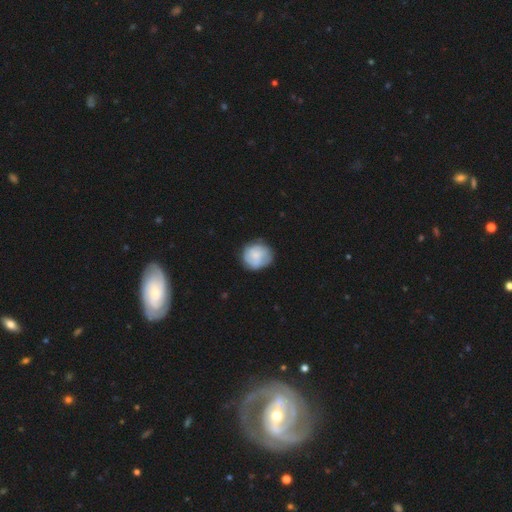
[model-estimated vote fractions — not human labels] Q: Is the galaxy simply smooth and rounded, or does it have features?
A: smooth — 60%.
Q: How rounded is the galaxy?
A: round — 84%.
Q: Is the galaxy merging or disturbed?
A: none — 73%.